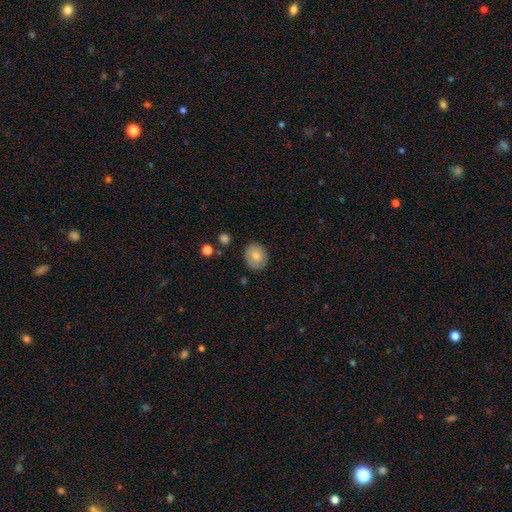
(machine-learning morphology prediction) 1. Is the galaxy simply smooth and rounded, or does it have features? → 75% smooth, 17% featured or disk, 8% star or artifact.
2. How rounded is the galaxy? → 68% round, 31% in between, 1% cigar-shaped.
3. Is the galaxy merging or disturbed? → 82% none, 14% minor disturbance, 3% major disturbance, 2% merger.